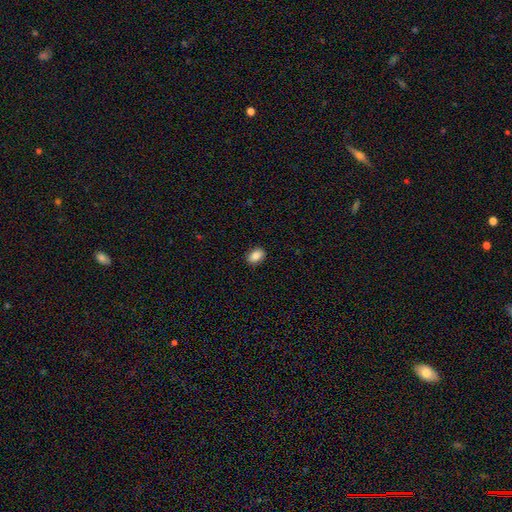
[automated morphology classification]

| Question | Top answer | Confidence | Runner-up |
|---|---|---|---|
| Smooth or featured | smooth | 87% | star or artifact (8%) |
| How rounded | in between | 78% | round (21%) |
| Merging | none | 90% | minor disturbance (8%) |